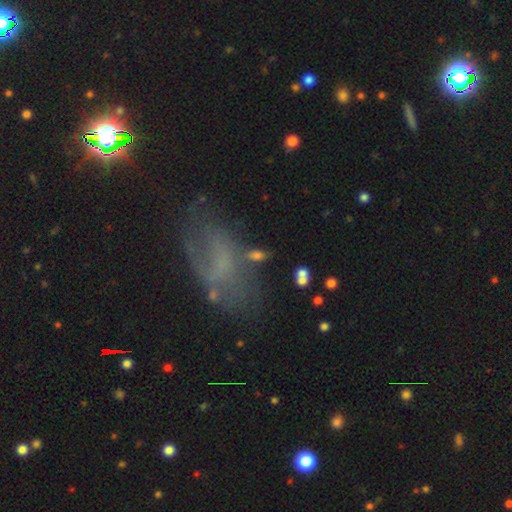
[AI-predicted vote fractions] Morphology: type=smooth (48%); merging=none (54%).